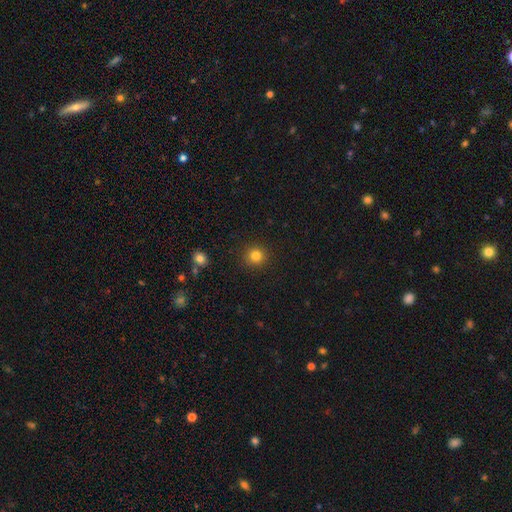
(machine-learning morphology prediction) This is clearly a smooth galaxy (82%). How rounded: clearly round (93%). Merging: clearly none (91%).